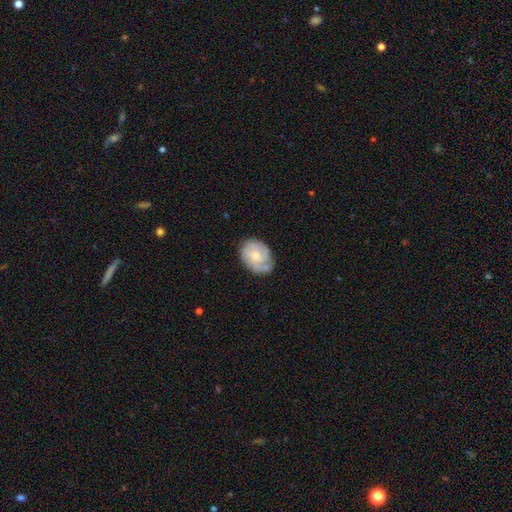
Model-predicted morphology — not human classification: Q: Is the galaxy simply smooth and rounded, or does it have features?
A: featured or disk — 58%.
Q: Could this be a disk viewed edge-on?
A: no — 97%.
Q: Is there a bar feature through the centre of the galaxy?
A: no — 72%.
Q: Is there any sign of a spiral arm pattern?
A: yes — 86%.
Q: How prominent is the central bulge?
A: small — 52%.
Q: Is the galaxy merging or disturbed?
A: none — 65%.